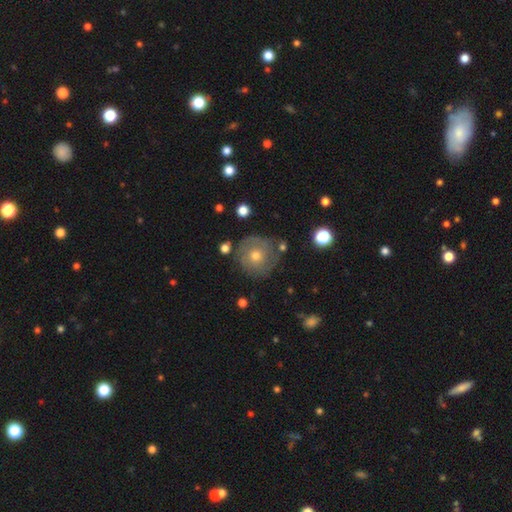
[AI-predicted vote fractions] Smooth or featured? Predicted: featured or disk (p=0.50). Edge-on disk? Predicted: no (p=0.97). Merging? Predicted: none (p=0.76).